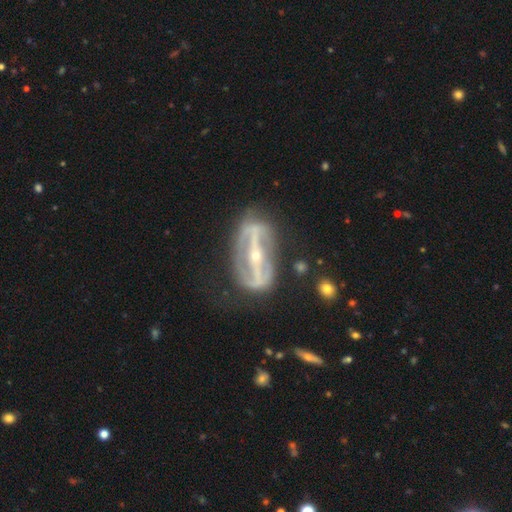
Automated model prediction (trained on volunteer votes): This appears to be a featured or disk galaxy (88%) with a strong bar (81%), 2 (80%) medium (39%) spiral arms (72%) and a small central bulge (70%). Merging: none (66%).